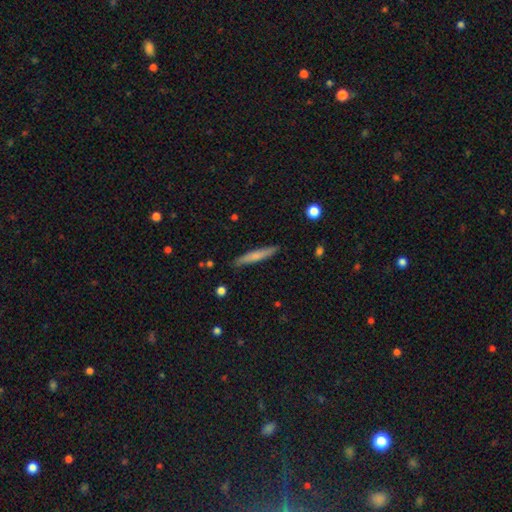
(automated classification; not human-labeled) Overall: smooth (67%; featured or disk 28%). How rounded: cigar-shaped (94%). Merging: none (88%).